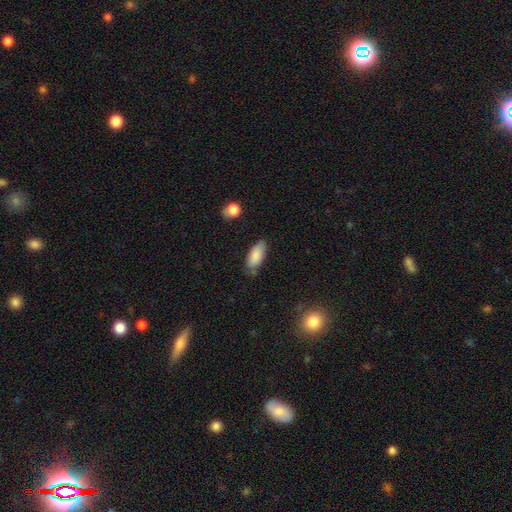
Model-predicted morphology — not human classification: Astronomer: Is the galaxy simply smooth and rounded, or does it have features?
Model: smooth — 86%.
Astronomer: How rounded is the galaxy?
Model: in between — 85%.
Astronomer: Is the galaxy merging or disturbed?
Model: none — 71%.